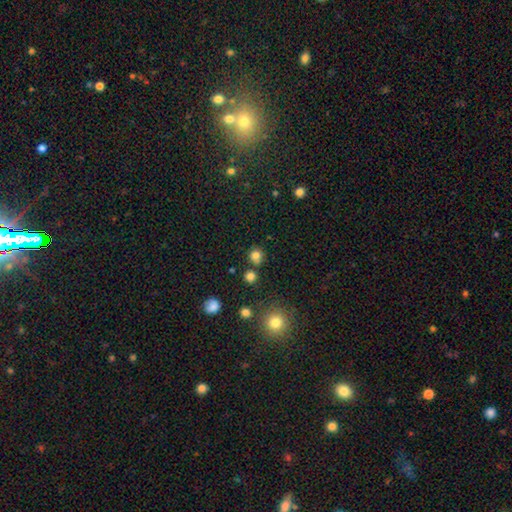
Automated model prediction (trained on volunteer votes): A smooth galaxy with no disk features (78%) that is round (88%). Merging: none (71%).